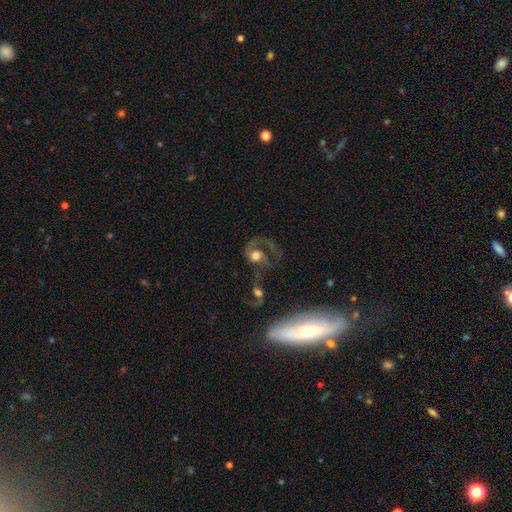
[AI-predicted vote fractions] A featured or disk galaxy (67%) with no bar (71%), 2 (45%) loose (43%) spiral arms (81%) and a moderate central bulge (46%). Merging: major disturbance (31%, tied with merger).